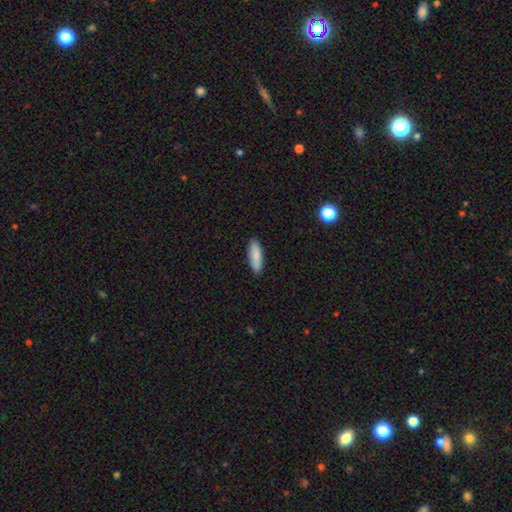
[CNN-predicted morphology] Smooth or featured? Predicted: smooth (p=0.86). How rounded? Predicted: in between (p=0.51). Merging? Predicted: none (p=0.90).